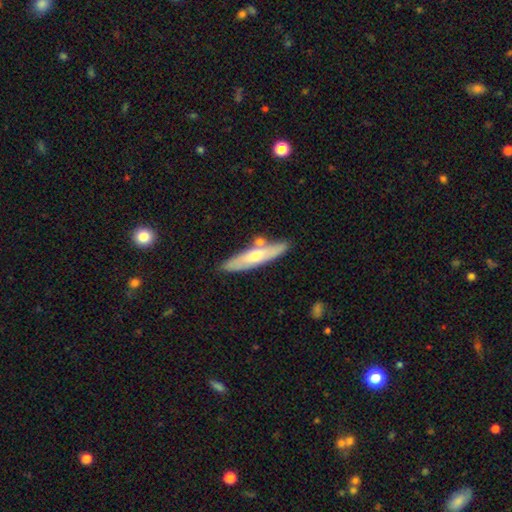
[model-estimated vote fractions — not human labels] Q: Smooth or featured?
A: smooth (48%); runner-up: featured or disk (46%)
Q: Merging?
A: none (75%); runner-up: minor disturbance (13%)